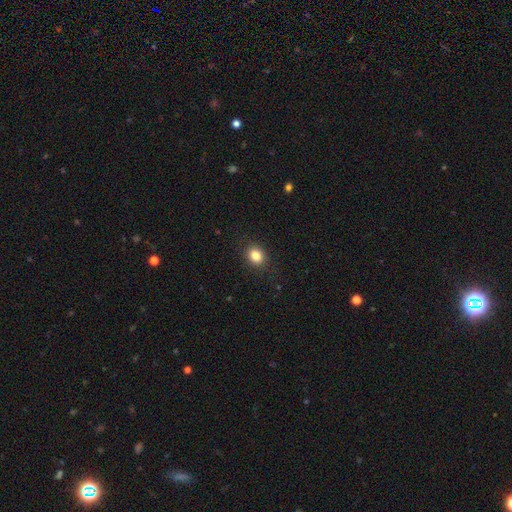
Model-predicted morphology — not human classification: Overall: smooth (84%). How rounded: round (57%; in between 42%). Merging: none (88%).